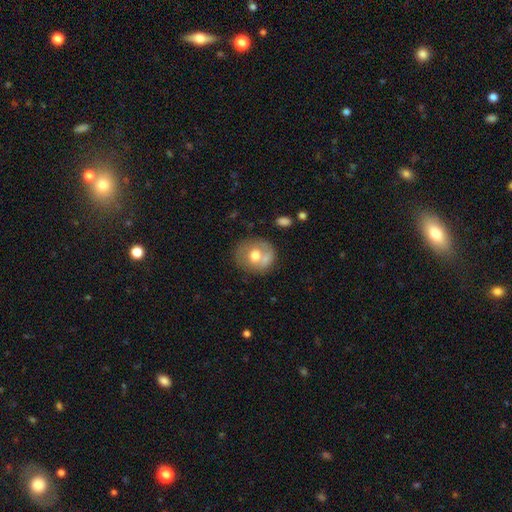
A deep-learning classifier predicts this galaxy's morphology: smooth 60%, featured or disk 33%, star or artifact 8%. Down the decision tree: how rounded — round (82%); merging — none (59%).